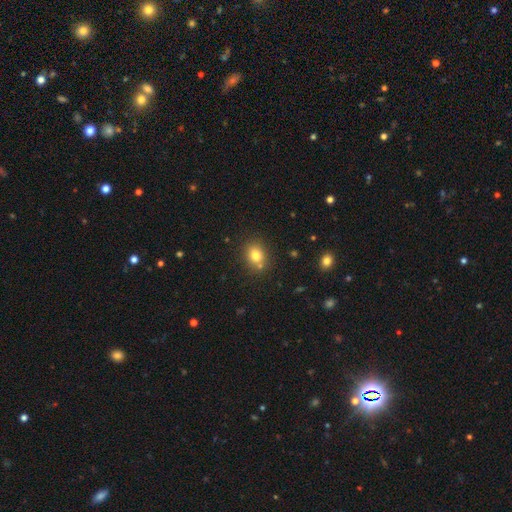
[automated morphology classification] The model was most divided on "how rounded": round: 53%, in between: 46%, cigar-shaped: 1%. More confident: smooth or featured — smooth (78%); merging — none (74%).